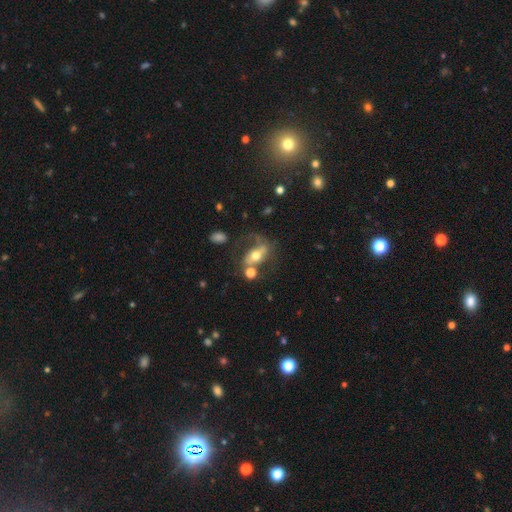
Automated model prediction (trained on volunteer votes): This is possibly a featured or disk galaxy (53%). It is clearly not viewed edge-on (82%). Merging: marginally none (44%).